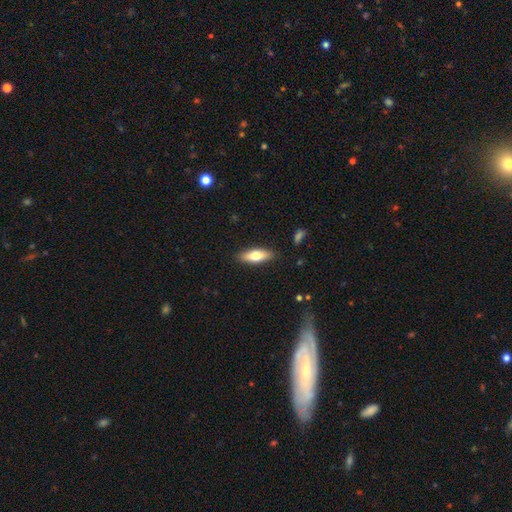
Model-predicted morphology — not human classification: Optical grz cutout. It shows a smooth galaxy with no disk features (66%) that is in between round and cigar-shaped (61%). Merging: none (88%).